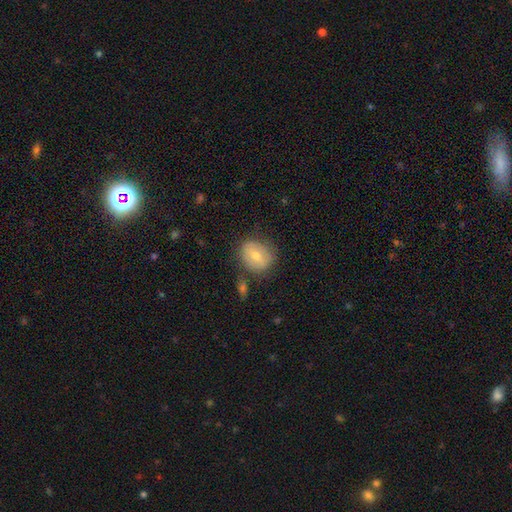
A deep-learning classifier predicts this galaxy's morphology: This is likely a smooth galaxy (66%). How rounded: likely round (65%). Merging: likely none (68%).